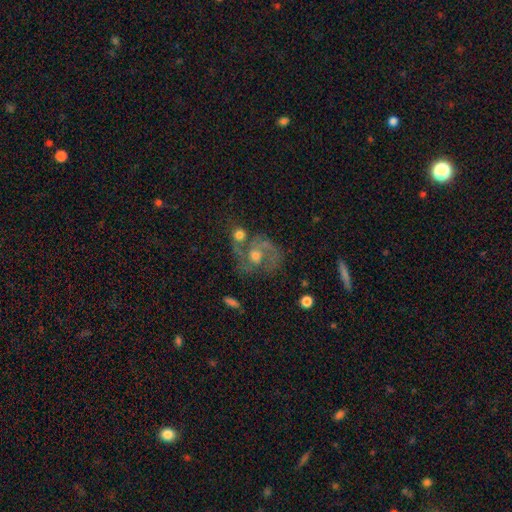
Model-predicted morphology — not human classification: Q: Smooth or featured?
A: featured or disk (74%); runner-up: smooth (17%)
Q: Edge-on disk?
A: no (97%); runner-up: yes (3%)
Q: Bar?
A: no (69%); runner-up: weak (26%)
Q: Spiral arms?
A: yes (83%); runner-up: no (17%)
Q: Spiral winding?
A: medium (51%); runner-up: tight (29%)
Q: Spiral arm count?
A: 2 (72%); runner-up: can't tell (12%)
Q: Bulge size?
A: moderate (64%); runner-up: small (19%)
Q: Merging?
A: none (48%); runner-up: merger (21%)